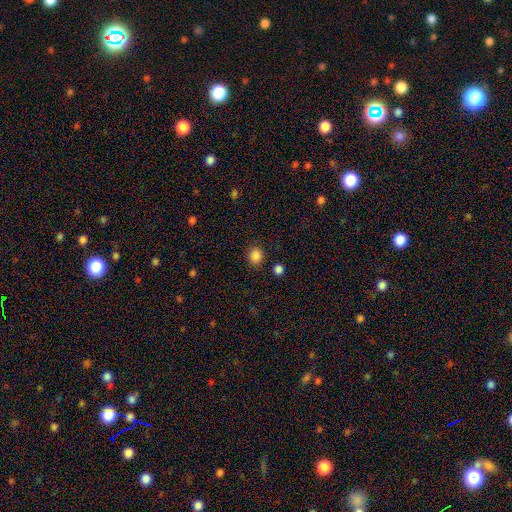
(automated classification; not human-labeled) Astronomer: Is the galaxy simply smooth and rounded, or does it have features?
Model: smooth — 86%.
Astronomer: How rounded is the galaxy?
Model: round — 83%.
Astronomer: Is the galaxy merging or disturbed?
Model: none — 87%.